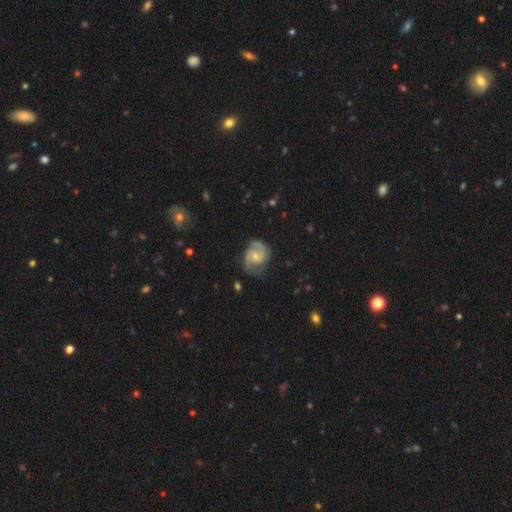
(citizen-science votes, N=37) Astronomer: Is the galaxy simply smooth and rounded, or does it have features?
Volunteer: featured or disk — 92%.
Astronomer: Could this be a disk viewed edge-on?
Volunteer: no — 100%.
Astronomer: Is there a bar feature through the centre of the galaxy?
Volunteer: no — 65%.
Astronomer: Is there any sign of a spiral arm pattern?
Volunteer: yes — 97%.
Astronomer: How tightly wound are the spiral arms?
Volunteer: medium — 58%.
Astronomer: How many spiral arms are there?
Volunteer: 2 — 97%.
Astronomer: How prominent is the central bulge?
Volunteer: small — 50% (runner-up: moderate, 44%).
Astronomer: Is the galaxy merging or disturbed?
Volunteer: none — 75%.